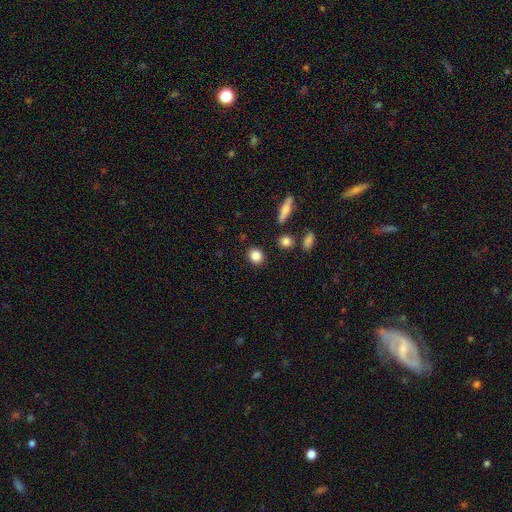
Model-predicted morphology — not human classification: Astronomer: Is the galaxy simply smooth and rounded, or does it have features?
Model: smooth — 85%.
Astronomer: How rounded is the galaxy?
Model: round — 78%.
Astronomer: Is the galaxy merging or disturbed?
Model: none — 88%.